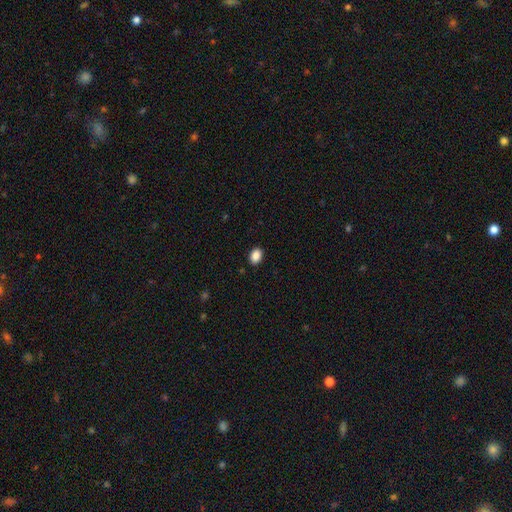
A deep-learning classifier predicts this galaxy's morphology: type=smooth (89%); roundness=in between (78%); merging=none (90%).